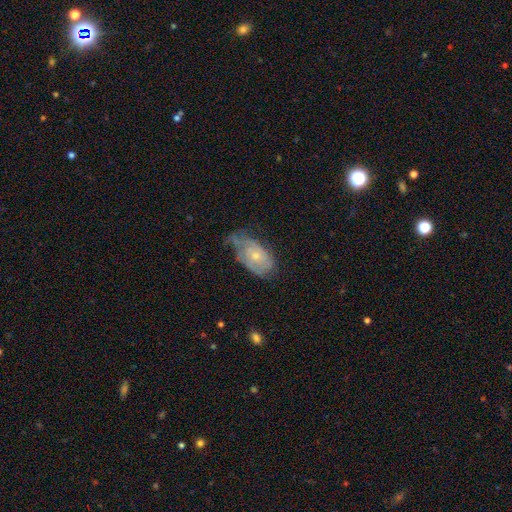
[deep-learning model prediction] This appears to be a featured or disk galaxy (52%). Merging: minor disturbance (40%).